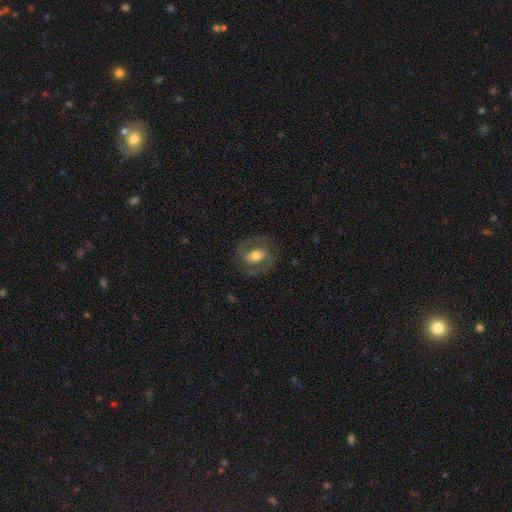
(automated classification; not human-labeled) The model was most divided on "bar" (2-way tie): weak: 37%, strong: 37%, no: 26%. More confident: edge-on disk — no (94%); merging — none (77%); spiral arms — yes (73%); bulge size — moderate (65%); smooth or featured — featured or disk (64%).